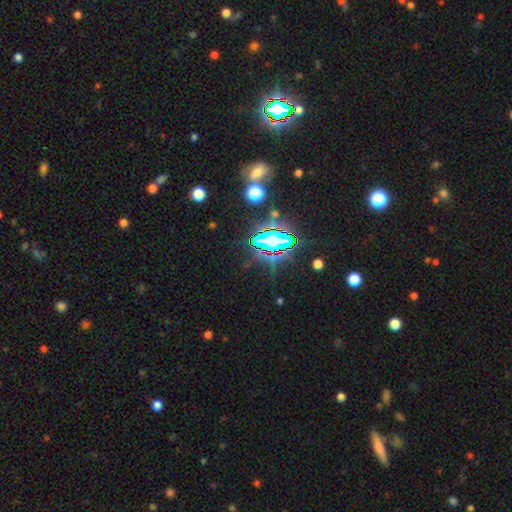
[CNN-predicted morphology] The model was most divided on "smooth or featured": star or artifact: 82%, smooth: 11%, featured or disk: 8%.